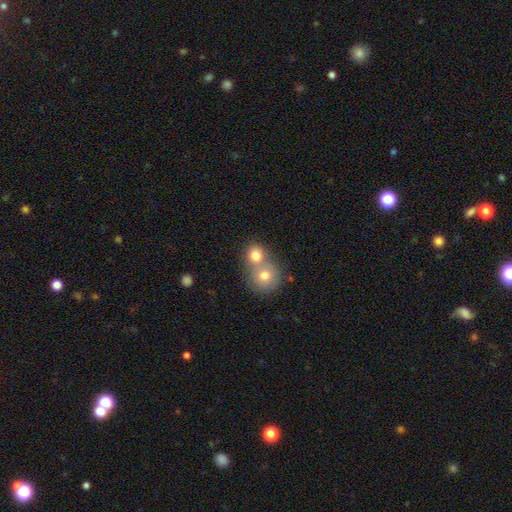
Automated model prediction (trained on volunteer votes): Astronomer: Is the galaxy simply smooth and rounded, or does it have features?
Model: smooth — 77%.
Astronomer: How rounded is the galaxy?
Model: round — 81%.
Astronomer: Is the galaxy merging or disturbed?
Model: merger — 57% (runner-up: none, 35%).